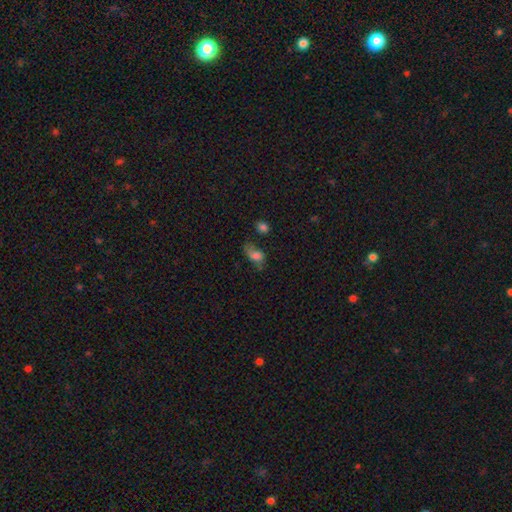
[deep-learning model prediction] Smooth or featured: smooth — 65% (featured or disk — 22%)
How rounded: in between — 83% (round — 13%)
Merging: none — 33% (major disturbance — 29%)